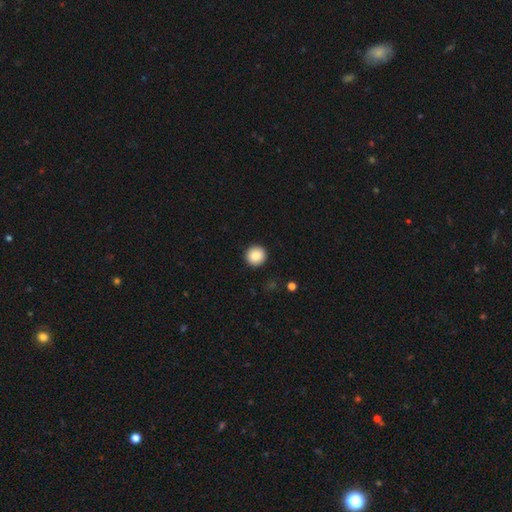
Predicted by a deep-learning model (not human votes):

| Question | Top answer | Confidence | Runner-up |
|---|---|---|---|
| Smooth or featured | smooth | 88% | star or artifact (8%) |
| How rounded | round | 95% | in between (4%) |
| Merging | none | 93% | minor disturbance (5%) |